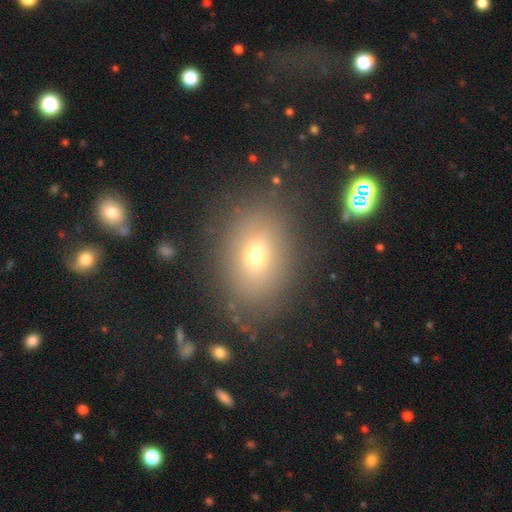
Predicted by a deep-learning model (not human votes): smooth_or_featured: smooth (p=0.64) [alt: star or artifact p=0.18]
how_rounded: in between (p=0.70) [alt: round p=0.29]
merging: none (p=0.81) [alt: minor disturbance p=0.11]